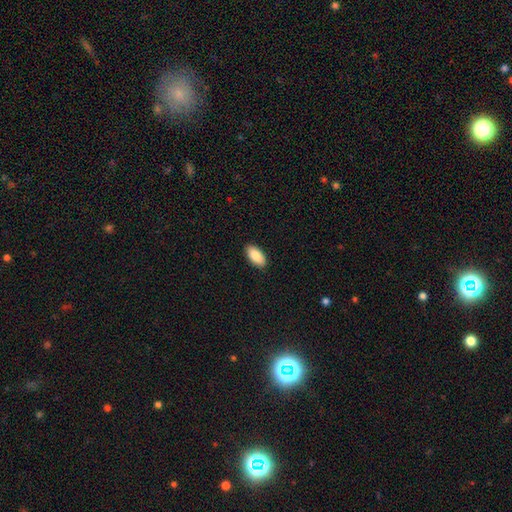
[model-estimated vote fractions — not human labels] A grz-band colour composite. It shows a smooth galaxy with no disk features (88%) that is in between round and cigar-shaped (94%). Merging: none (90%).